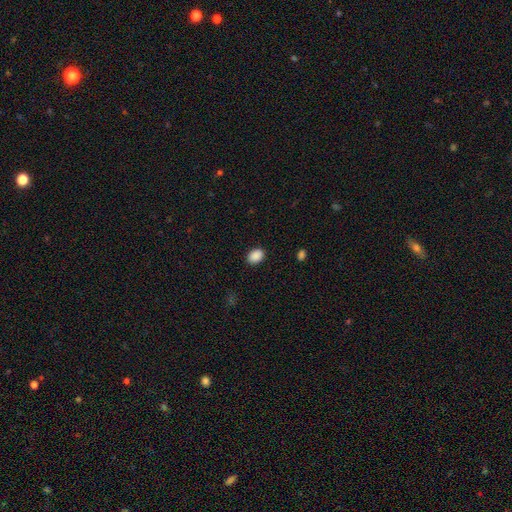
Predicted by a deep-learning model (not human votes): This is clearly a smooth galaxy (89%). How rounded: likely in between (75%). Merging: clearly none (89%).